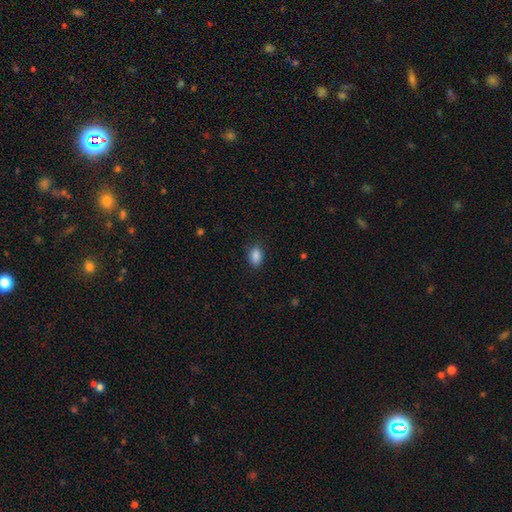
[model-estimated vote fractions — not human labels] This is clearly a smooth galaxy (88%). How rounded: clearly in between (84%). Merging: clearly none (84%).